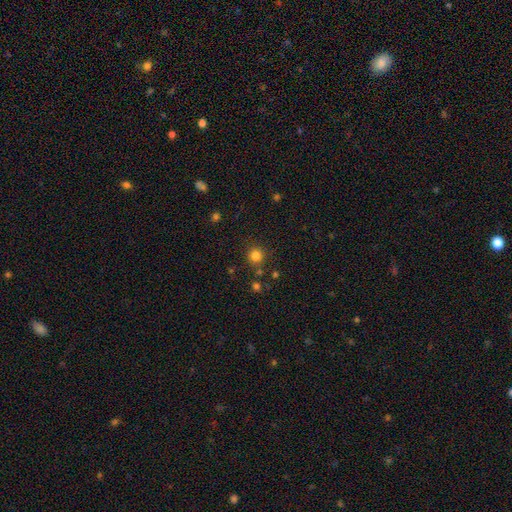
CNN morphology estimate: Smooth or featured? Predicted: smooth (p=0.81). How rounded? Predicted: round (p=0.94). Merging? Predicted: none (p=0.84).